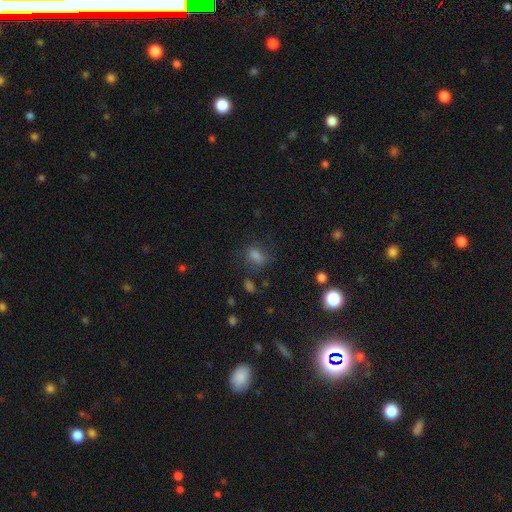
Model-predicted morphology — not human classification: Smooth or featured? smooth (71%)
How rounded? in between (70%)
Merging? none (71%)